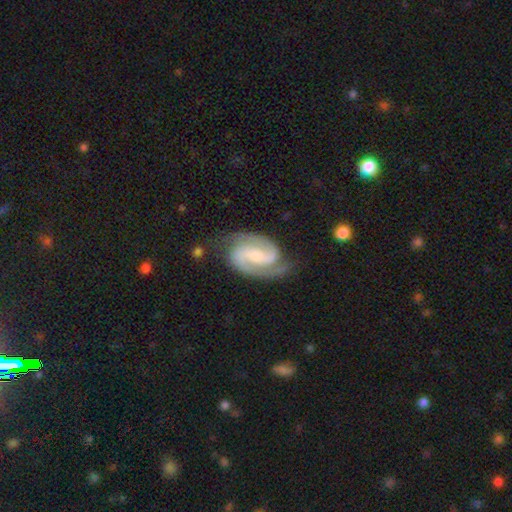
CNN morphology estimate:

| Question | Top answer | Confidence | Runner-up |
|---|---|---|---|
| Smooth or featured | featured or disk | 91% | smooth (5%) |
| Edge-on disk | no | 98% | yes (2%) |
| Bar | weak | 41% | strong (36%) |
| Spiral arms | yes | 98% | no (2%) |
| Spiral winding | medium | 54% | tight (35%) |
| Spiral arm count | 2 | 93% | can't tell (2%) |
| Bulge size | small | 54% | moderate (37%) |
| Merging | none | 78% | minor disturbance (15%) |